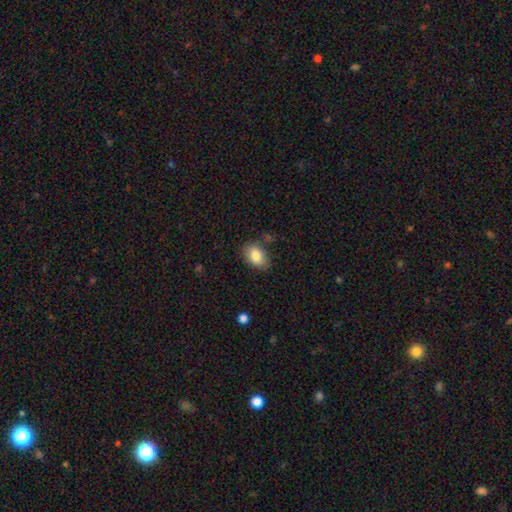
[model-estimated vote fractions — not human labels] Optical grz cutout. It shows a smooth galaxy with no disk features (82%) that is in between round and cigar-shaped (82%). Merging: none (75%).